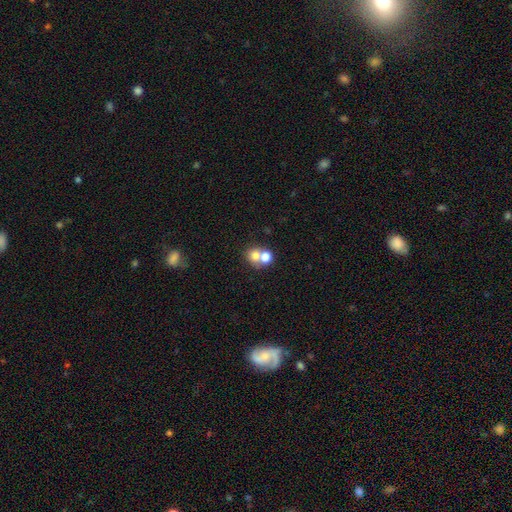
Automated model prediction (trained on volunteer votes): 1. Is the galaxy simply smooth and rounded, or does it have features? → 73% smooth, 15% featured or disk, 13% star or artifact.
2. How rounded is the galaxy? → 79% round, 20% in between, 1% cigar-shaped.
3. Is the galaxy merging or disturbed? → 55% merger, 36% none, 6% minor disturbance, 3% major disturbance.